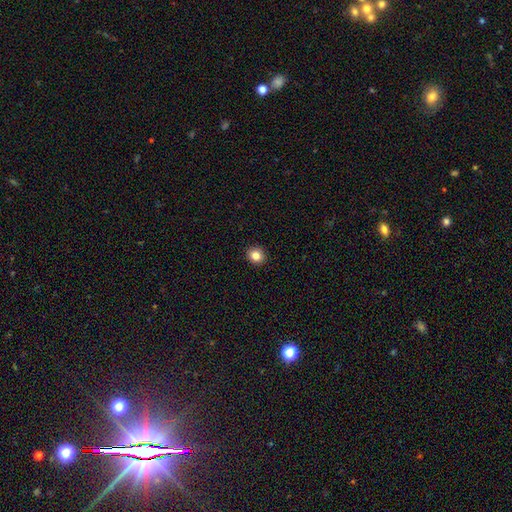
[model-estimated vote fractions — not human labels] smooth 83%, star or artifact 11%, featured or disk 6%. Down the decision tree: how rounded — round (85%); merging — none (93%).